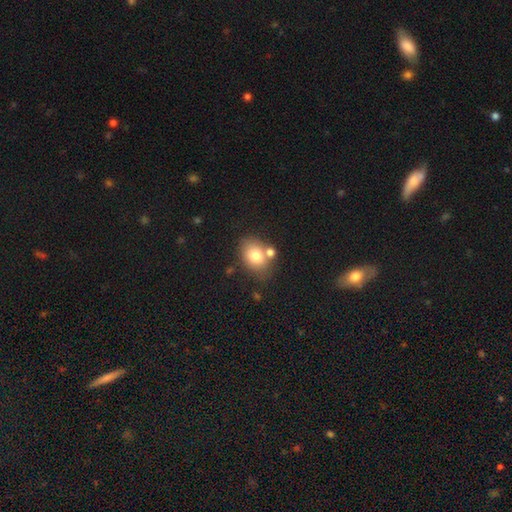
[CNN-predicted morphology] type=smooth (77%); roundness=in between (71%); merging=none (62%).